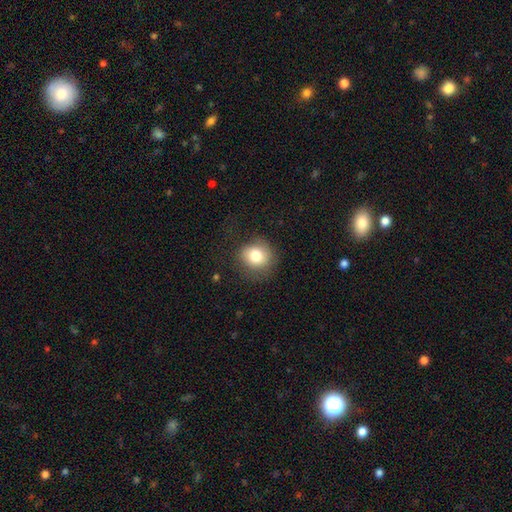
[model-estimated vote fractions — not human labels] Smooth or featured: smooth — 80% (featured or disk — 11%)
How rounded: round — 80% (in between — 19%)
Merging: none — 70% (minor disturbance — 19%)